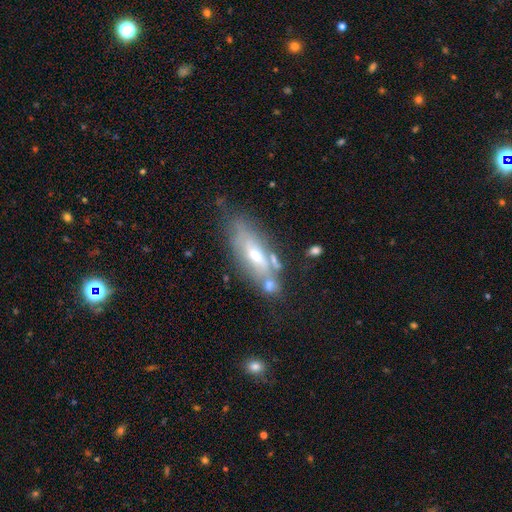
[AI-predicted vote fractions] Smooth or featured: featured or disk — 58% (smooth — 34%)
Edge-on disk: no — 65% (yes — 35%)
Merging: none — 54% (minor disturbance — 22%)